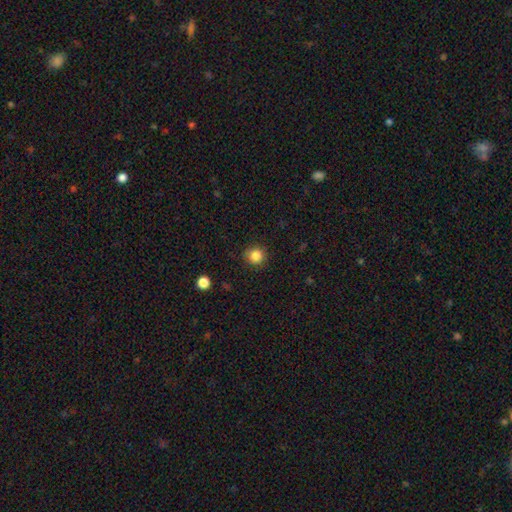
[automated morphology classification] Overall: smooth (84%). How rounded: round (93%). Merging: none (89%).